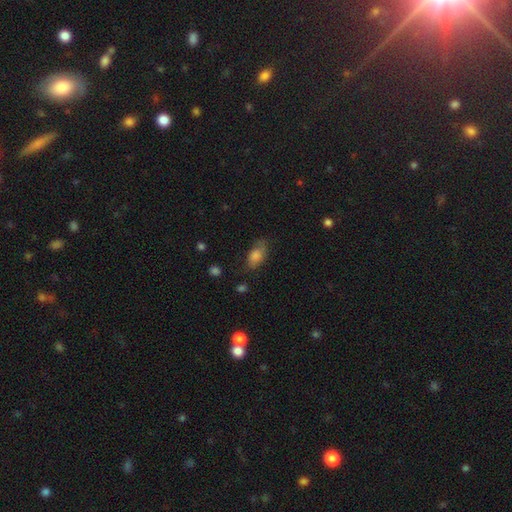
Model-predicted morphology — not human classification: type=smooth (76%); roundness=in between (87%); merging=none (62%).